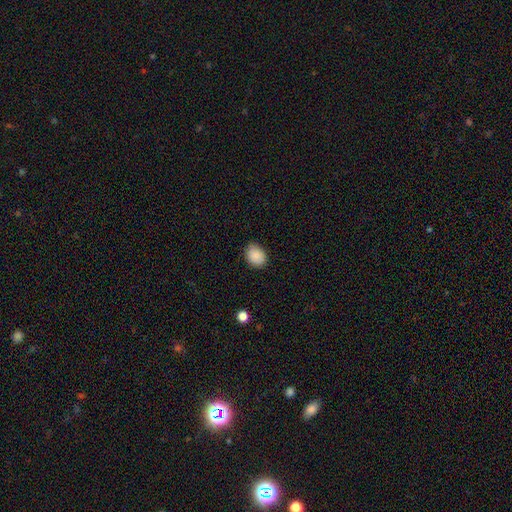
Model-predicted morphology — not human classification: Smooth or featured?
  - smooth: 89% *
  - star or artifact: 8%
  - featured or disk: 3%
How rounded?
  - in between: 58% *
  - round: 41%
  - cigar-shaped: 1%
Merging?
  - none: 84% *
  - minor disturbance: 13%
  - major disturbance: 3%
  - merger: 1%